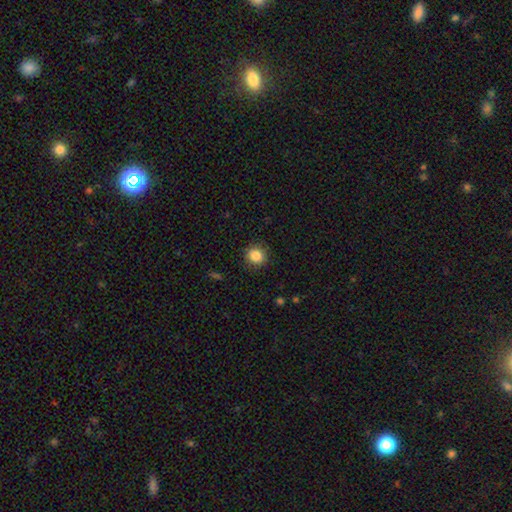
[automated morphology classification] The model was most divided on "smooth or featured": smooth: 86%, star or artifact: 10%, featured or disk: 4%. More confident: how rounded — round (89%); merging — none (88%).